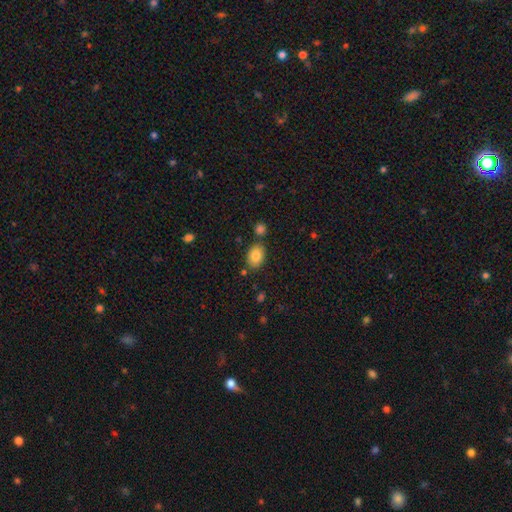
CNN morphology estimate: Smooth or featured: smooth — 83% (featured or disk — 8%)
How rounded: in between — 78% (round — 21%)
Merging: none — 78% (minor disturbance — 11%)